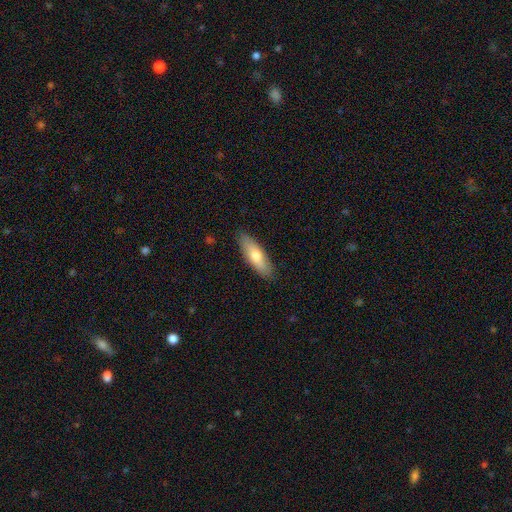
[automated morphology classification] Q: Smooth or featured?
A: smooth (72%); runner-up: featured or disk (23%)
Q: How rounded?
A: in between (52%); runner-up: cigar-shaped (46%)
Q: Merging?
A: none (88%); runner-up: minor disturbance (10%)